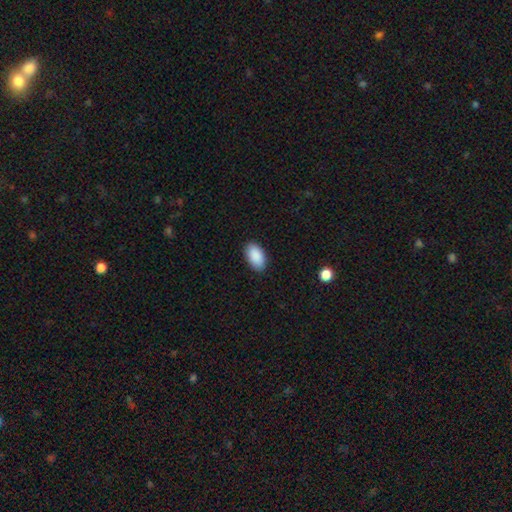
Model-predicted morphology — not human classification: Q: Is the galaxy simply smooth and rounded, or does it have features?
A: smooth — 91%.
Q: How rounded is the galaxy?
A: in between — 96%.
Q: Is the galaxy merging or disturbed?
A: none — 90%.